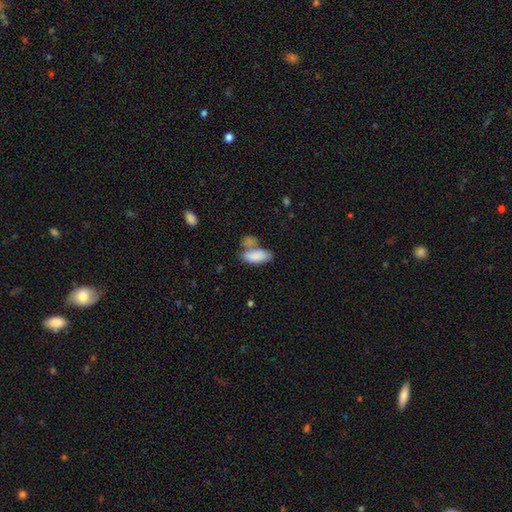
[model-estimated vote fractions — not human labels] Morphology: type=smooth (85%); roundness=in between (84%); merging=none (43%).